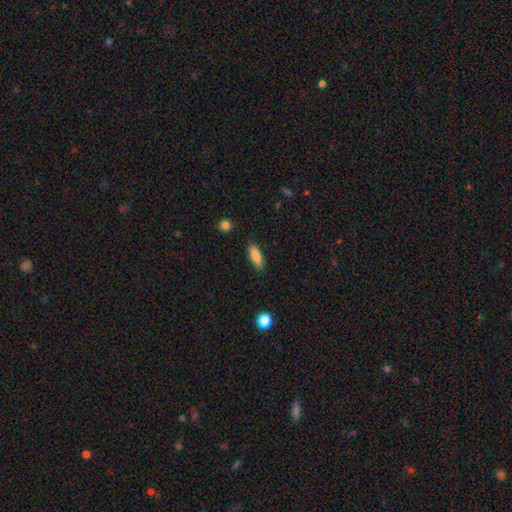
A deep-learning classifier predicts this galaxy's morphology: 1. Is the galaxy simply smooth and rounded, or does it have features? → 84% smooth, 9% featured or disk, 7% star or artifact.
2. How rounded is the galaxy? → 57% in between, 41% cigar-shaped, 2% round.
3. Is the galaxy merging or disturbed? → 87% none, 10% minor disturbance, 2% major disturbance, 1% merger.